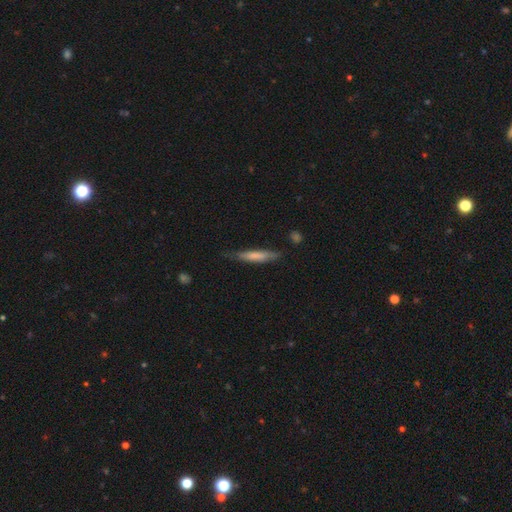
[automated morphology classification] smooth 68%, featured or disk 27%, star or artifact 6%. Down the decision tree: how rounded — cigar-shaped (89%); merging — none (71%).